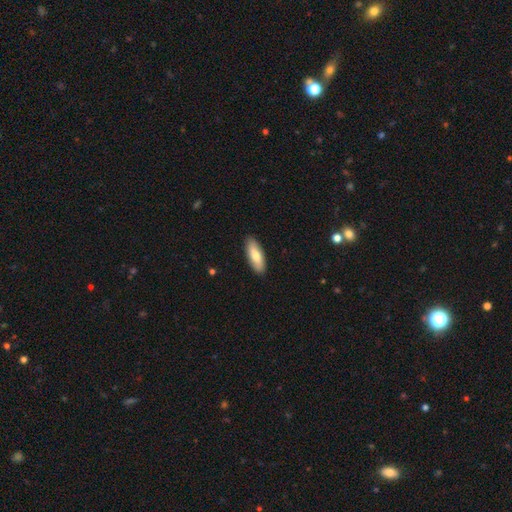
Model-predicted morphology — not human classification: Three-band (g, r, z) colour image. It shows a smooth galaxy with no disk features (77%) that is in between round and cigar-shaped (66%). Merging: none (89%).